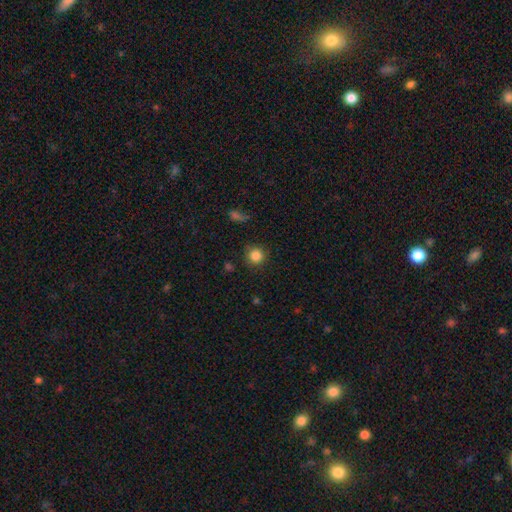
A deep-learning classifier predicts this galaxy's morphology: smooth_or_featured: smooth (p=0.84) [alt: star or artifact p=0.11]
how_rounded: round (p=0.94) [alt: in between p=0.05]
merging: none (p=0.88) [alt: minor disturbance p=0.08]